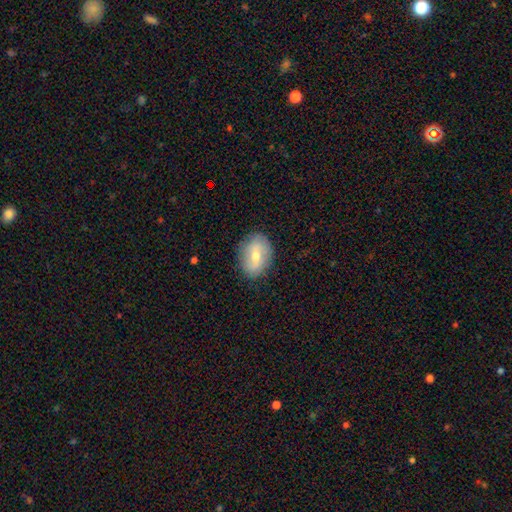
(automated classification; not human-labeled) Morphology: type=smooth (51%); roundness=in between (73%); merging=none (83%).